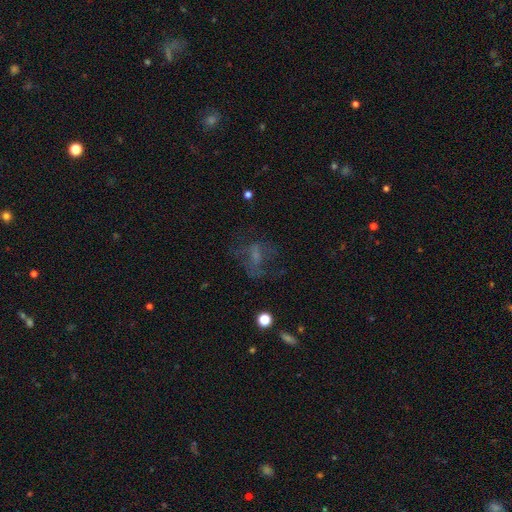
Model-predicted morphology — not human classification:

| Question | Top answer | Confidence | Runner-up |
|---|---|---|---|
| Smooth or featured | featured or disk | 41% | smooth (36%) |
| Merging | none | 46% | major disturbance (33%) |